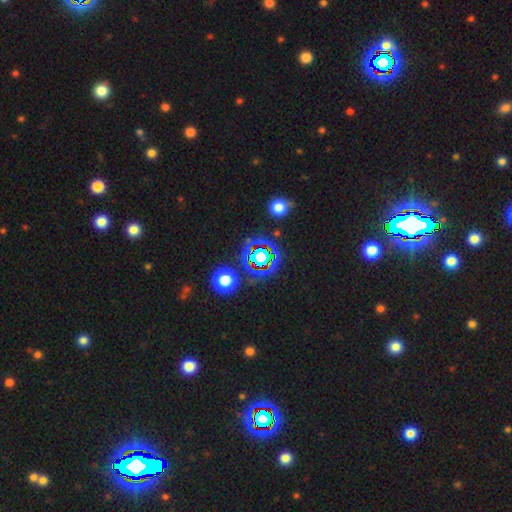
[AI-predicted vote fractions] The model was most divided on "smooth or featured": star or artifact: 79%, smooth: 13%, featured or disk: 8%.